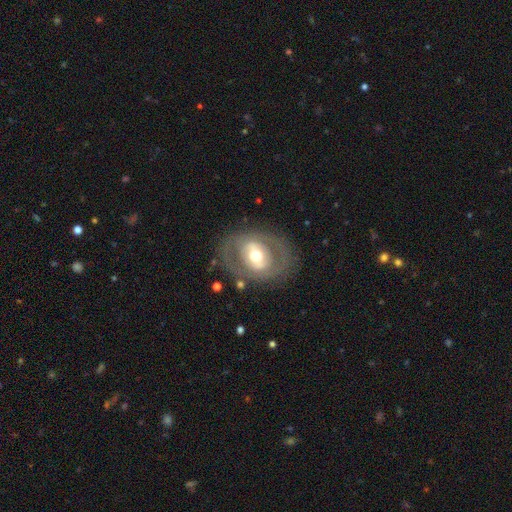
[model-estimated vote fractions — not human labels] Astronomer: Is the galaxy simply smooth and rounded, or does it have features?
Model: featured or disk — 62%.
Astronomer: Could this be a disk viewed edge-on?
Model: no — 93%.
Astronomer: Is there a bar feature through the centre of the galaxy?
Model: no — 42% (runner-up: weak, 31%).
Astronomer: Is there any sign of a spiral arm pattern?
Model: no — 77%.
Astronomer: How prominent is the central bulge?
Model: moderate — 66%.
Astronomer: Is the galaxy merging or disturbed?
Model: none — 76%.